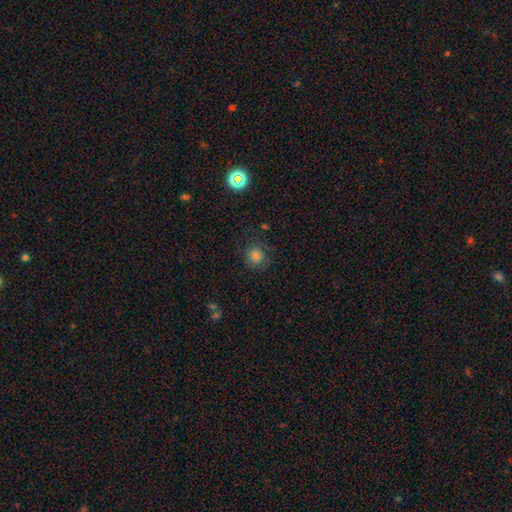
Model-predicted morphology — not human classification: This is likely a smooth galaxy (79%). How rounded: clearly round (91%). Merging: clearly none (81%).